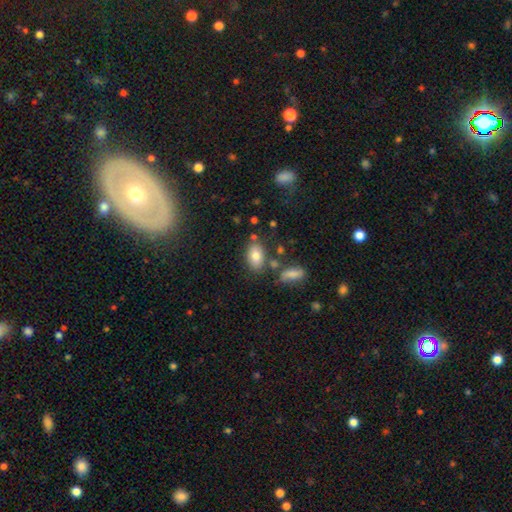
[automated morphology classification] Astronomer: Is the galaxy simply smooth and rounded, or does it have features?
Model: smooth — 79%.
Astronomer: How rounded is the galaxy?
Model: in between — 89%.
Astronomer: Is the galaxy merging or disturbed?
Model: none — 71%.